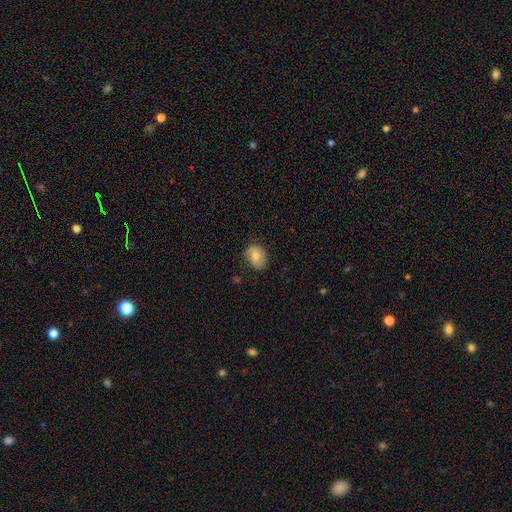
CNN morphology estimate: A smooth galaxy with no disk features (65%) that is in between round and cigar-shaped (59%).

Vote fractions:
- Smooth or featured? smooth: 65% / featured or disk: 27% / star or artifact: 8%
- How rounded? in between: 59% / round: 40% / cigar-shaped: 1%
- Merging? none: 71% / minor disturbance: 23% / major disturbance: 5% / merger: 1%